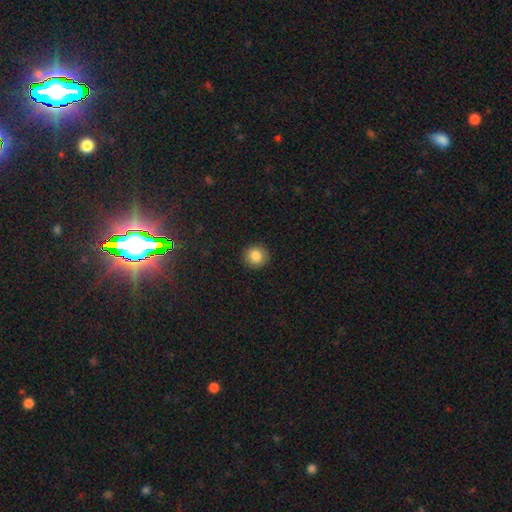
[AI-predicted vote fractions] Smooth or featured: smooth — 86% (star or artifact — 9%)
How rounded: round — 93% (in between — 6%)
Merging: none — 92% (minor disturbance — 6%)